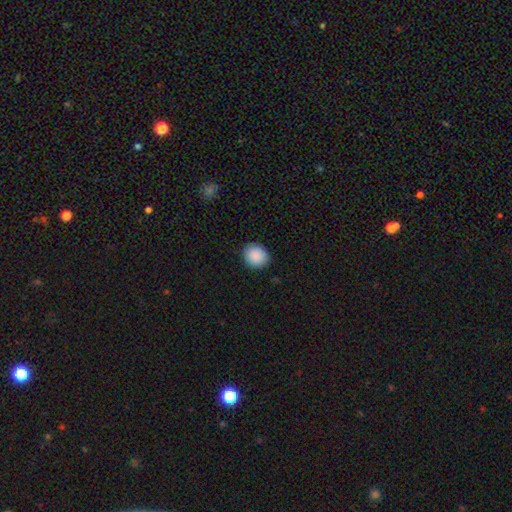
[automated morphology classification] Smooth or featured?
  - smooth: 90% *
  - star or artifact: 7%
  - featured or disk: 3%
How rounded?
  - round: 79% *
  - in between: 21%
  - cigar-shaped: 1%
Merging?
  - none: 90% *
  - minor disturbance: 7%
  - major disturbance: 2%
  - merger: 1%